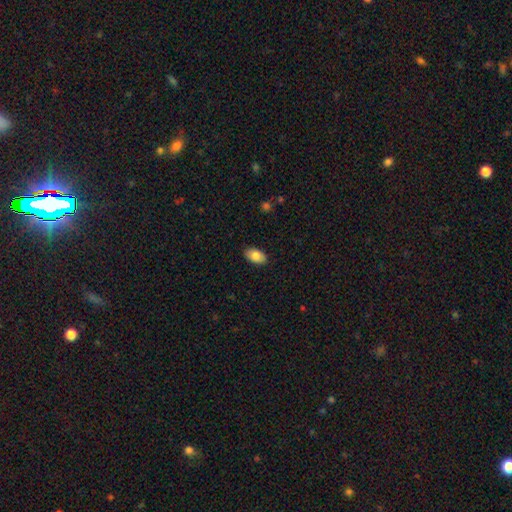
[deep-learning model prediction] This is clearly a smooth galaxy (82%). How rounded: clearly in between (93%). Merging: clearly none (88%).